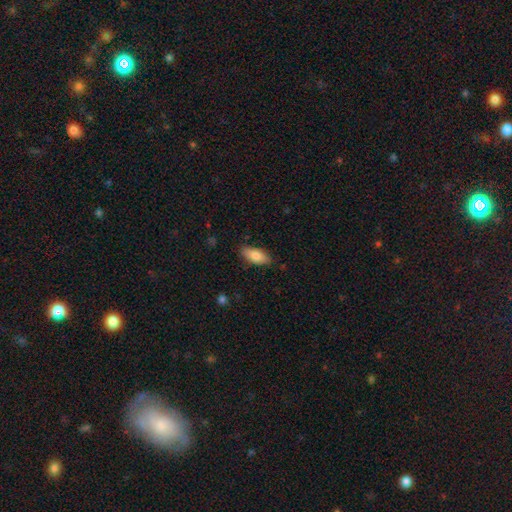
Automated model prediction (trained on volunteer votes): This is likely a smooth galaxy (79%). How rounded: clearly in between (85%). Merging: clearly none (84%).